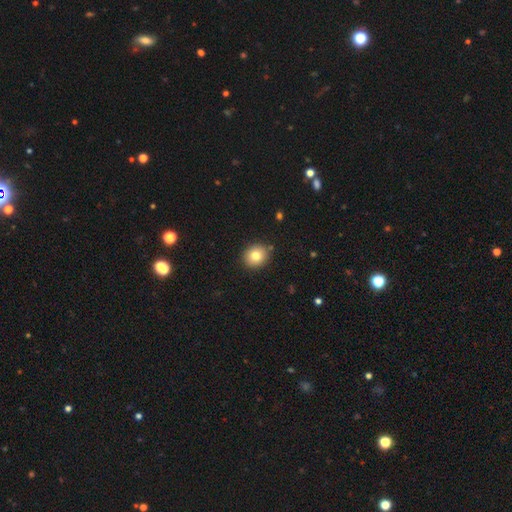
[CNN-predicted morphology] smooth-or-featured: smooth: 79% | star or artifact: 11% | featured or disk: 10%
  how-rounded: round: 80% | in between: 19% | cigar-shaped: 1%
  merging: none: 88% | minor disturbance: 8% | major disturbance: 2% | merger: 2%